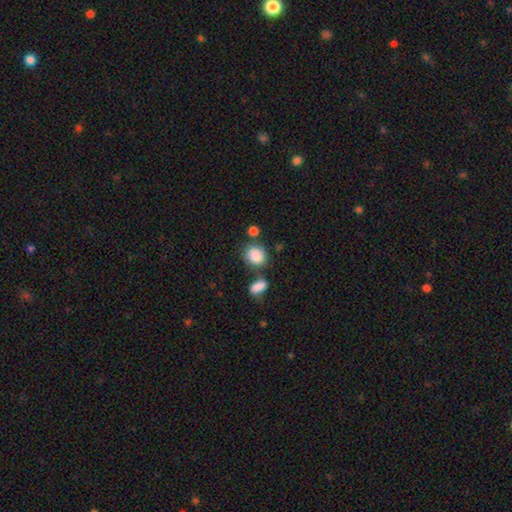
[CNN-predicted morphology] smooth-or-featured: smooth: 87% | star or artifact: 8% | featured or disk: 4%
  how-rounded: round: 58% | in between: 41% | cigar-shaped: 1%
  merging: none: 61% | merger: 19% | minor disturbance: 14% | major disturbance: 5%